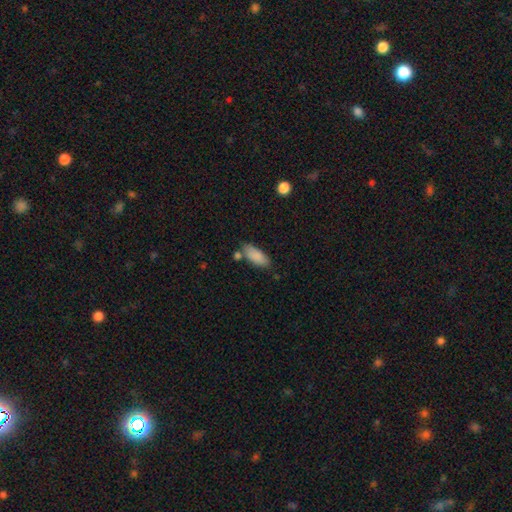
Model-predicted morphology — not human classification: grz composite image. It shows a smooth galaxy with no disk features (87%) that is in between round and cigar-shaped (82%). Merging: none (68%).